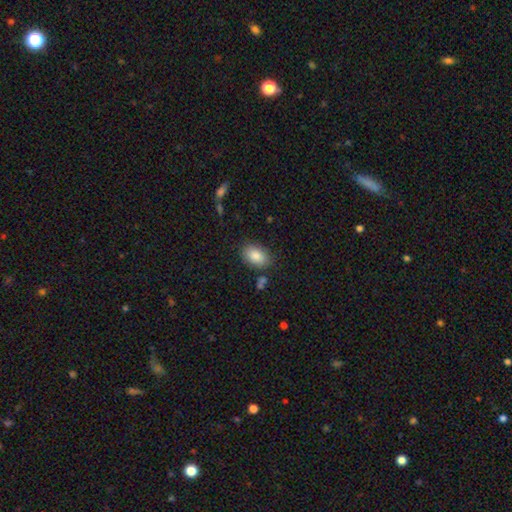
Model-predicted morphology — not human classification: The model was most divided on "merging": none: 81%, minor disturbance: 12%, major disturbance: 3%, merger: 3%. More confident: how rounded — in between (88%); smooth or featured — smooth (86%).